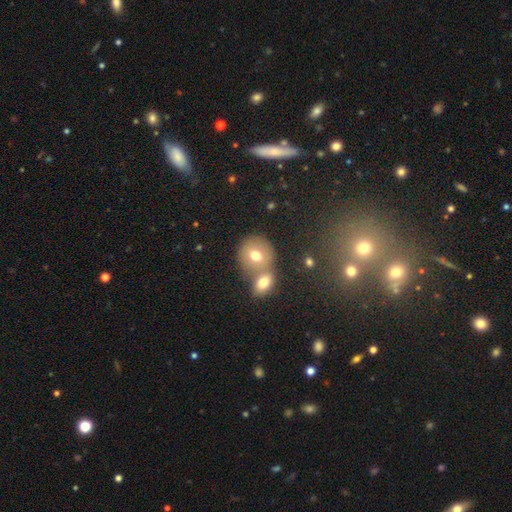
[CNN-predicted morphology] Smooth or featured: smooth — 72% (featured or disk — 18%)
How rounded: round — 78% (in between — 21%)
Merging: merger — 48% (none — 40%)